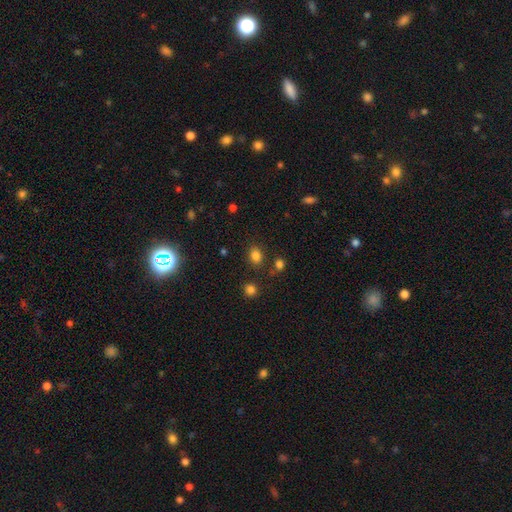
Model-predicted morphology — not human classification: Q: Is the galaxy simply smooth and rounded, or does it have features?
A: smooth — 81%.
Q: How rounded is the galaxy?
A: in between — 52%.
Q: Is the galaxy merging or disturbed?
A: none — 80%.